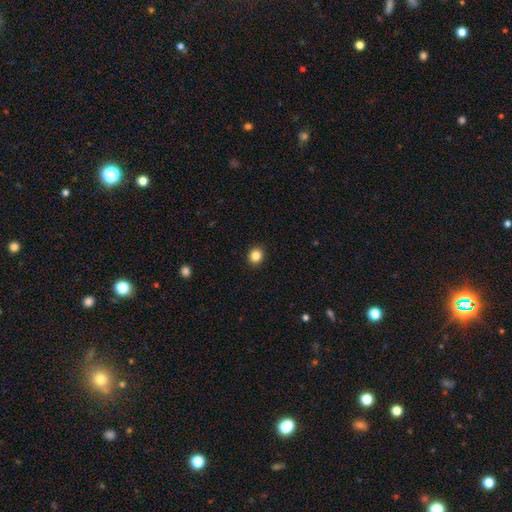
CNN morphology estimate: smooth_or_featured: smooth (p=0.85) [alt: star or artifact p=0.11]
how_rounded: round (p=0.86) [alt: in between p=0.13]
merging: none (p=0.93) [alt: minor disturbance p=0.05]